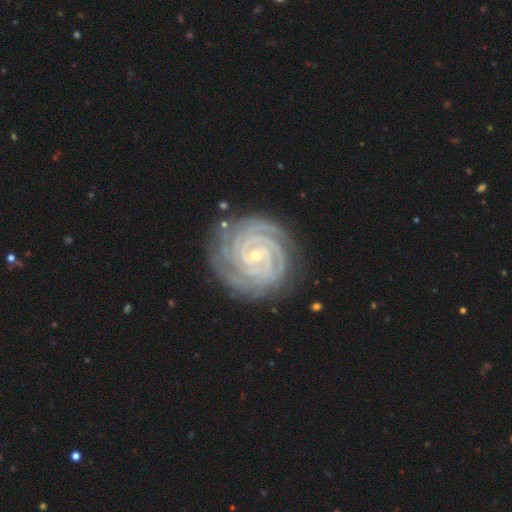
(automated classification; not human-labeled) A featured or disk galaxy (92%) with no bar (45%), 2 (30%) tight (90%) spiral arms (99%) and a small central bulge (76%).

Vote fractions:
- Smooth or featured? featured or disk: 92% / star or artifact: 5% / smooth: 3%
- Edge-on disk? no: 98% / yes: 2%
- Bar? no: 45% / weak: 35% / strong: 20%
- Spiral arms? yes: 99% / no: 1%
- Spiral winding? tight: 90% / medium: 9% / loose: 1%
- Spiral arm count? 2: 30% / 3: 23% / 4: 21% / can't tell: 12% / more than 4: 9% / 1: 7%
- Bulge size? small: 76% / moderate: 21% / none: 1% / large: 1% / dominant: 1%
- Merging? none: 83% / minor disturbance: 13% / major disturbance: 3% / merger: 1%